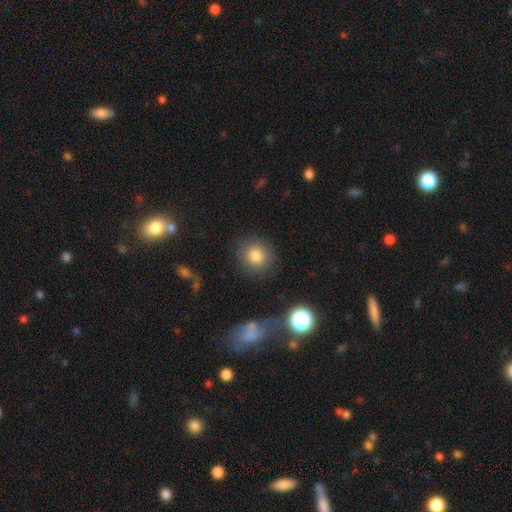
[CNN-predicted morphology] Q: Smooth or featured?
A: smooth (82%); runner-up: star or artifact (11%)
Q: How rounded?
A: round (89%); runner-up: in between (10%)
Q: Merging?
A: none (86%); runner-up: minor disturbance (9%)